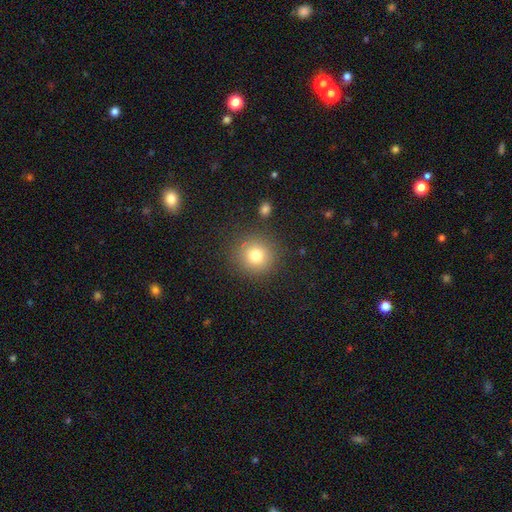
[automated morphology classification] Q: Smooth or featured?
A: smooth (78%); runner-up: star or artifact (13%)
Q: How rounded?
A: round (92%); runner-up: in between (7%)
Q: Merging?
A: none (86%); runner-up: minor disturbance (8%)